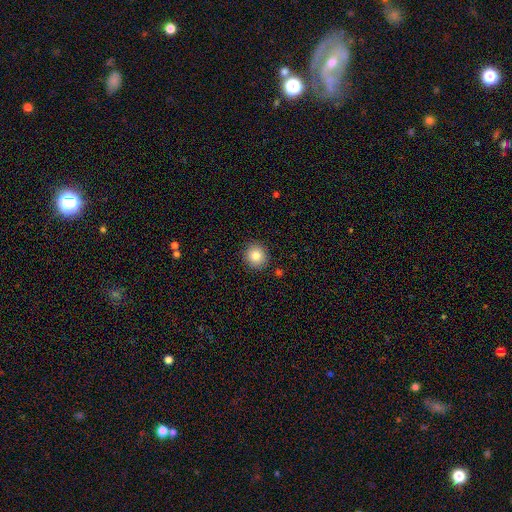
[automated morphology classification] smooth 83%, star or artifact 10%, featured or disk 7%. Down the decision tree: how rounded — round (90%); merging — none (90%).